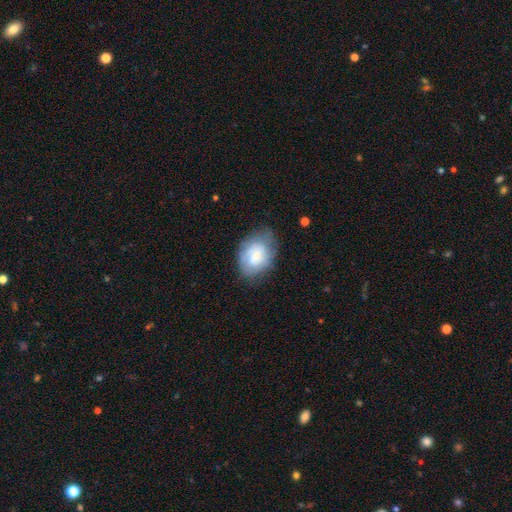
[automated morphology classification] type=smooth (57%); roundness=in between (73%); merging=none (61%).